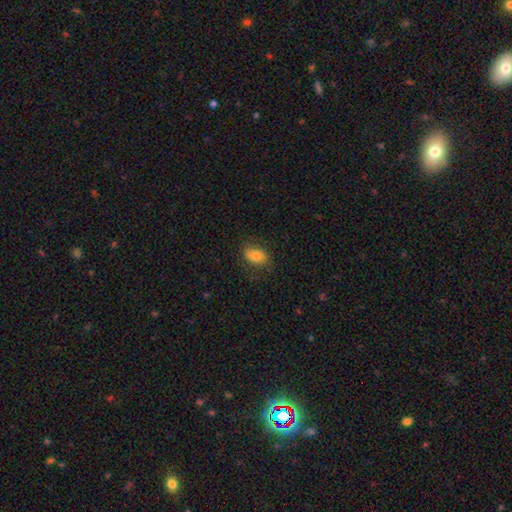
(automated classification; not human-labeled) smooth-or-featured: smooth: 78% | featured or disk: 14% | star or artifact: 8%
  how-rounded: in between: 83% | round: 15% | cigar-shaped: 2%
  merging: none: 75% | minor disturbance: 18% | major disturbance: 6% | merger: 1%